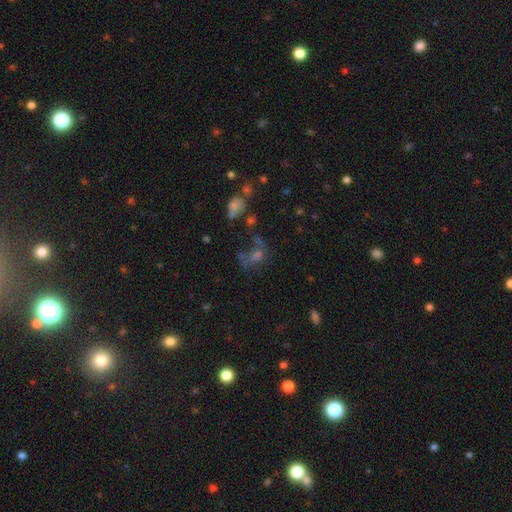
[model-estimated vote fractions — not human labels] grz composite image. It shows a star or artifact, not a galaxy (39%).